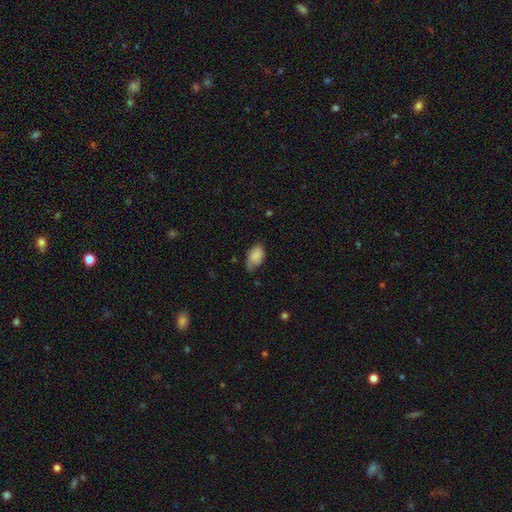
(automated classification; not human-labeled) smooth_or_featured: smooth (p=0.85) [alt: featured or disk p=0.08]
how_rounded: in between (p=0.89) [alt: round p=0.10]
merging: none (p=0.50) [alt: minor disturbance p=0.39]